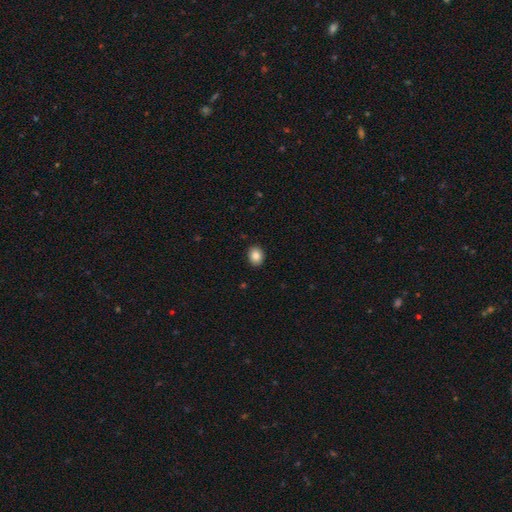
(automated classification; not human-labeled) Morphology: type=smooth (85%); roundness=round (54%); merging=none (90%).